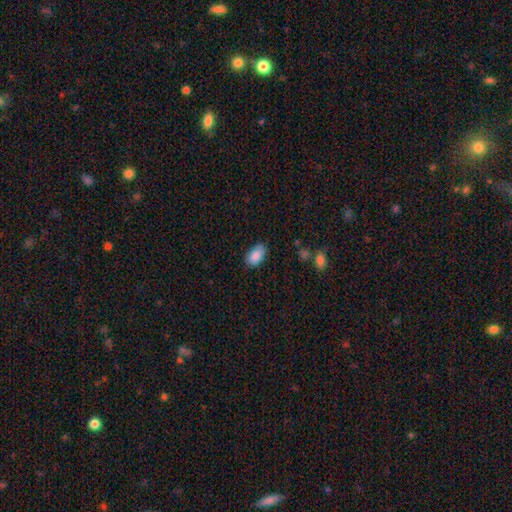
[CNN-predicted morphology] smooth-or-featured: smooth: 88% | star or artifact: 7% | featured or disk: 5%
  how-rounded: in between: 93% | round: 6% | cigar-shaped: 2%
  merging: none: 77% | minor disturbance: 18% | major disturbance: 3% | merger: 1%